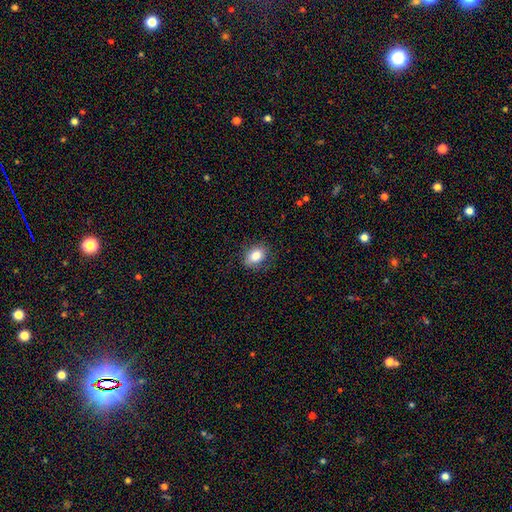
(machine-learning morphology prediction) Smooth or featured: smooth — 83% (star or artifact — 9%)
How rounded: in between — 70% (round — 28%)
Merging: none — 81% (minor disturbance — 14%)